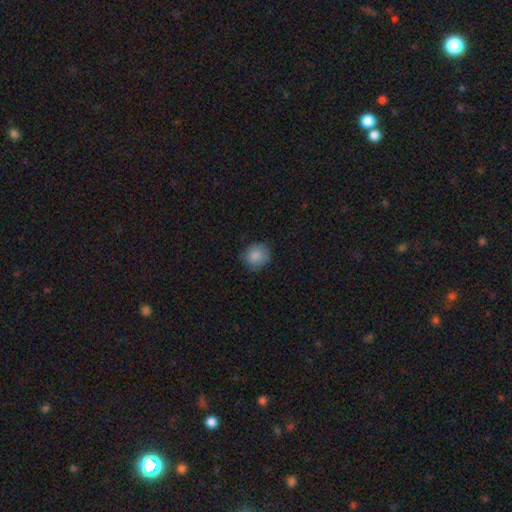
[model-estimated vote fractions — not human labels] A smooth galaxy with no disk features (87%) that is round (82%). Merging: none (81%).